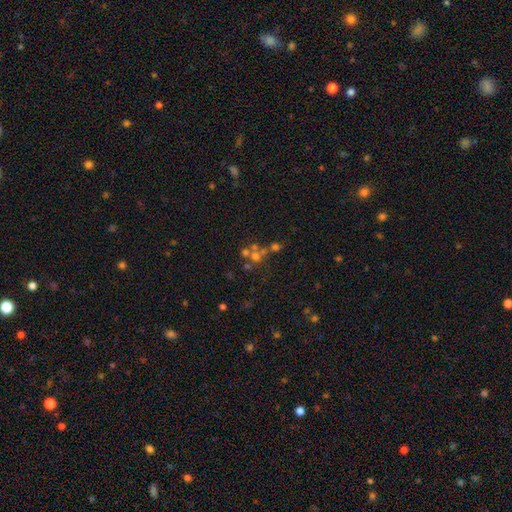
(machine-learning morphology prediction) A smooth galaxy with no disk features (45%).

Vote fractions:
- Smooth or featured? smooth: 45% / star or artifact: 28% / featured or disk: 28%
- Merging? merger: 44% / none: 42% / minor disturbance: 8% / major disturbance: 7%